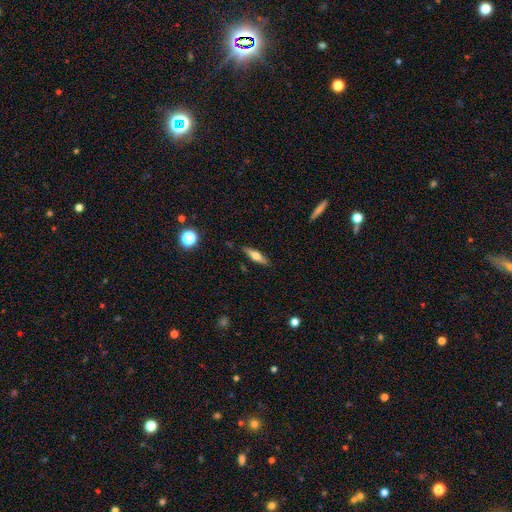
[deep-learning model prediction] featured or disk 47%, smooth 46%, star or artifact 7%. Down the decision tree: merging — none (86%).